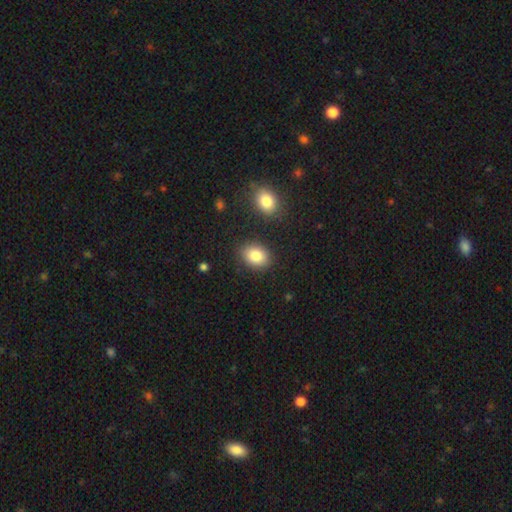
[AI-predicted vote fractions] Q: Smooth or featured?
A: smooth (84%); runner-up: star or artifact (9%)
Q: How rounded?
A: in between (67%); runner-up: round (32%)
Q: Merging?
A: none (85%); runner-up: minor disturbance (9%)